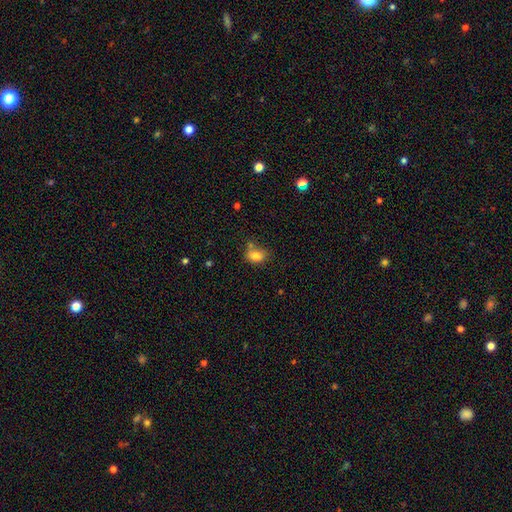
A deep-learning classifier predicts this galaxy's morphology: Overall: smooth (81%). How rounded: in between (74%). Merging: none (60%; minor disturbance 21%).